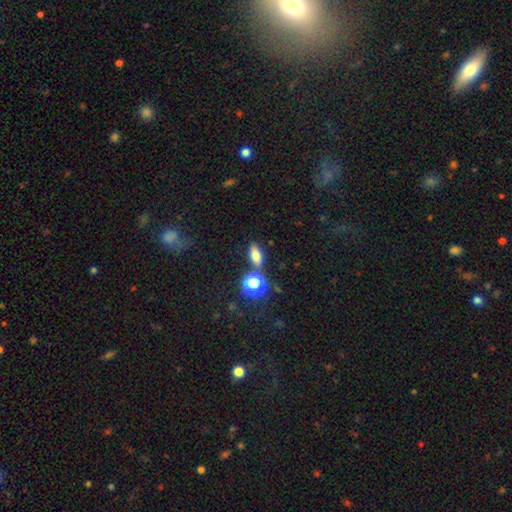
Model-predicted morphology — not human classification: type=smooth (69%); roundness=in between (66%); merging=none (79%).